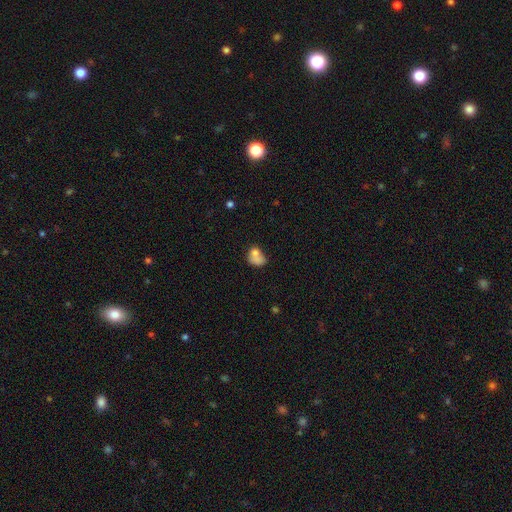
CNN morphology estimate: A smooth galaxy with no disk features (72%) that is in between round and cigar-shaped (57%).

Vote fractions:
- Smooth or featured? smooth: 72% / featured or disk: 18% / star or artifact: 11%
- How rounded? in between: 57% / round: 42% / cigar-shaped: 1%
- Merging? merger: 49% / none: 25% / minor disturbance: 14% / major disturbance: 11%